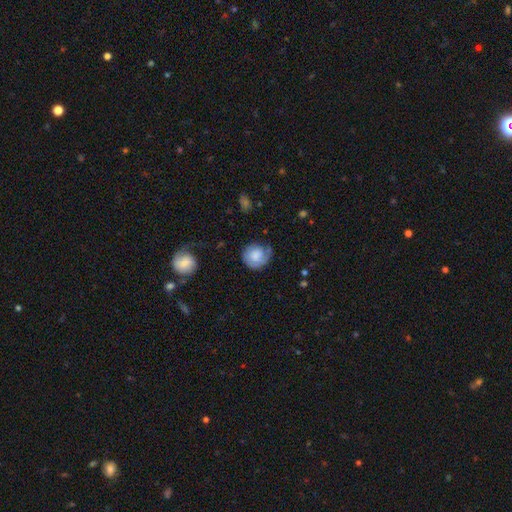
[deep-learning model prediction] Q: Smooth or featured?
A: smooth (57%); runner-up: featured or disk (36%)
Q: How rounded?
A: round (84%); runner-up: in between (15%)
Q: Merging?
A: none (56%); runner-up: minor disturbance (27%)